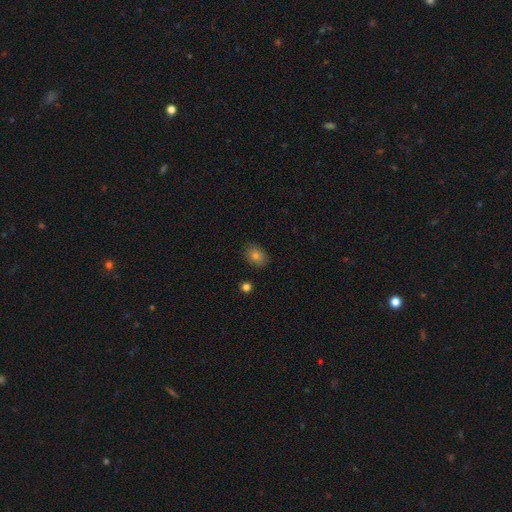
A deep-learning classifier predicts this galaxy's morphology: type=smooth (77%); roundness=in between (66%); merging=none (86%).